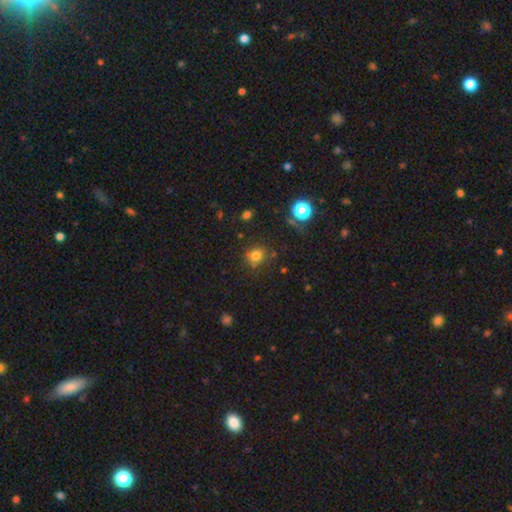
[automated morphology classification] type=smooth (76%); roundness=round (70%); merging=none (75%).